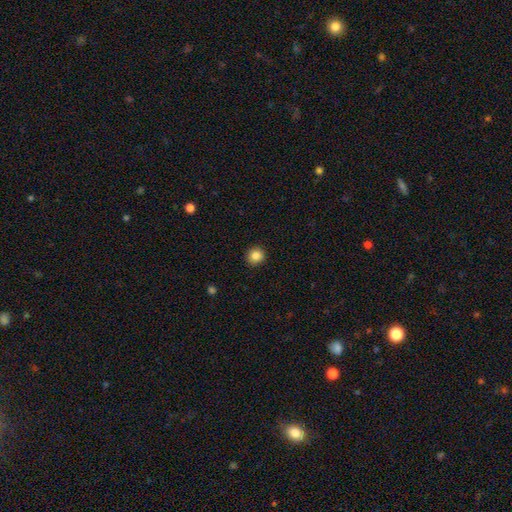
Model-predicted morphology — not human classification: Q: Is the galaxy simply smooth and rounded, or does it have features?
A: smooth — 86%.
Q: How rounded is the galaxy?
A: round — 92%.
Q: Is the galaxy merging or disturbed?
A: none — 92%.